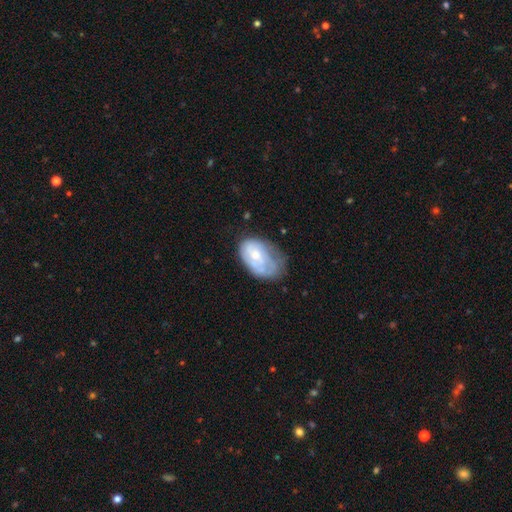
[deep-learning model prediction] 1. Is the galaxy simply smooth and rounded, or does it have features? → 47% featured or disk, 46% smooth, 7% star or artifact.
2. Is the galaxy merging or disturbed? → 39% none, 36% minor disturbance, 22% major disturbance, 3% merger.